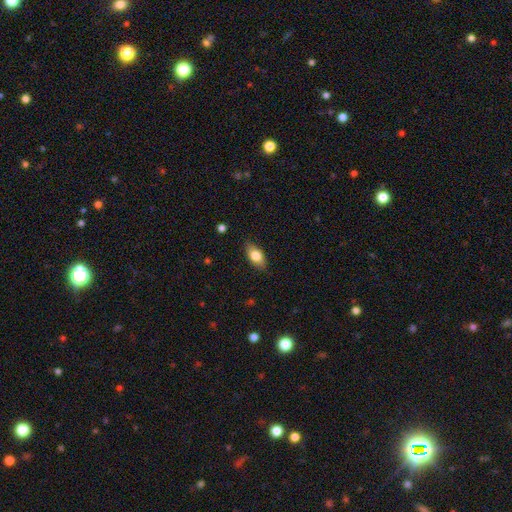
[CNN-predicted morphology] Smooth or featured: smooth — 75% (featured or disk — 18%)
How rounded: in between — 87% (cigar-shaped — 7%)
Merging: none — 84% (minor disturbance — 13%)